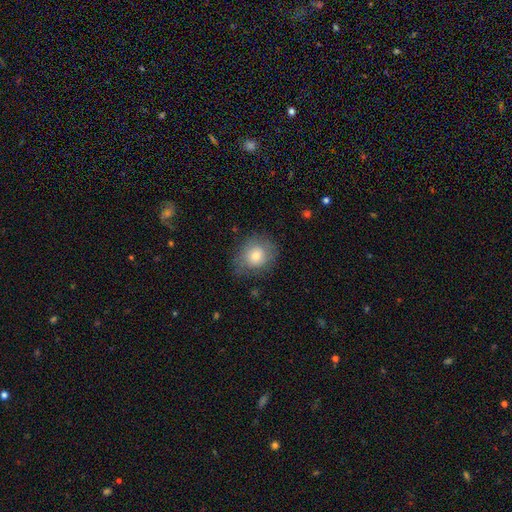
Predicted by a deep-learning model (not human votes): Smooth or featured?
  - smooth: 75% *
  - featured or disk: 16%
  - star or artifact: 9%
How rounded?
  - round: 71% *
  - in between: 28%
  - cigar-shaped: 1%
Merging?
  - none: 71% *
  - minor disturbance: 21%
  - major disturbance: 7%
  - merger: 1%